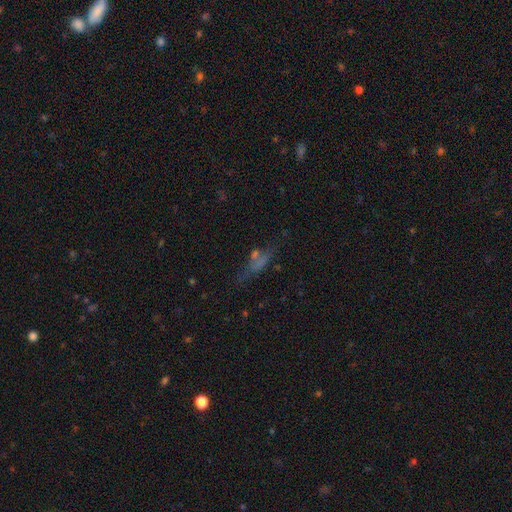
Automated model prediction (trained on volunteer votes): Q: Smooth or featured?
A: smooth (43%); runner-up: featured or disk (30%)
Q: Merging?
A: none (48%); runner-up: minor disturbance (21%)